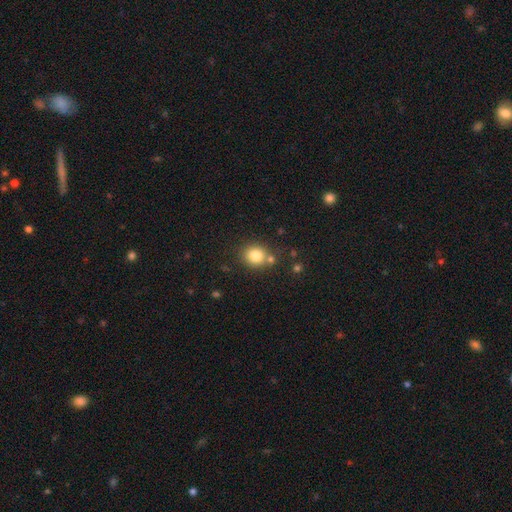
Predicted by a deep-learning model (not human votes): A smooth galaxy with no disk features (81%) that is round (83%).

Vote fractions:
- Smooth or featured? smooth: 81% / star or artifact: 11% / featured or disk: 8%
- How rounded? round: 83% / in between: 16% / cigar-shaped: 1%
- Merging? none: 74% / merger: 13% / minor disturbance: 10% / major disturbance: 3%